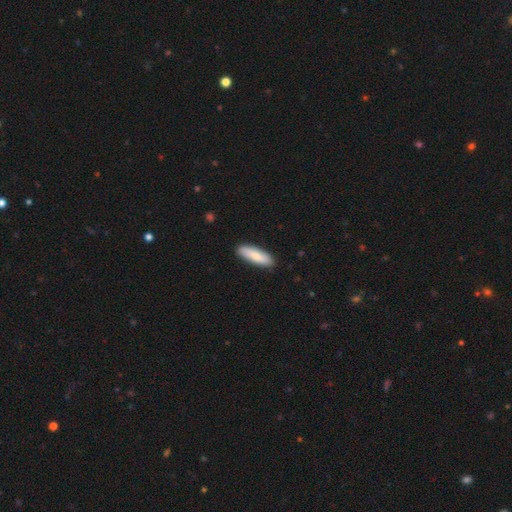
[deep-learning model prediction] Q: Smooth or featured?
A: smooth (81%); runner-up: featured or disk (14%)
Q: How rounded?
A: cigar-shaped (55%); runner-up: in between (44%)
Q: Merging?
A: none (89%); runner-up: minor disturbance (8%)